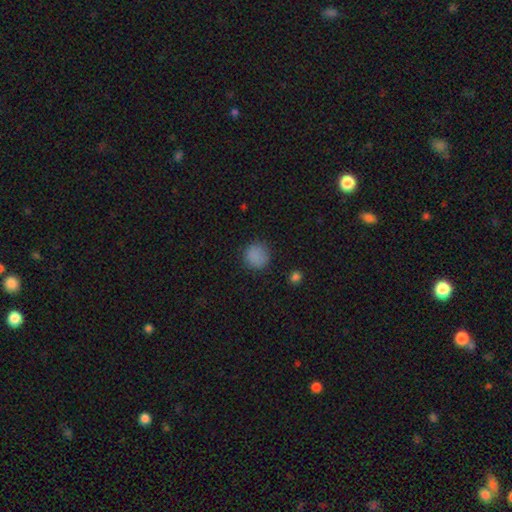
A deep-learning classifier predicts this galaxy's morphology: Q: Smooth or featured?
A: smooth (84%); runner-up: star or artifact (12%)
Q: How rounded?
A: round (92%); runner-up: in between (7%)
Q: Merging?
A: none (85%); runner-up: minor disturbance (11%)